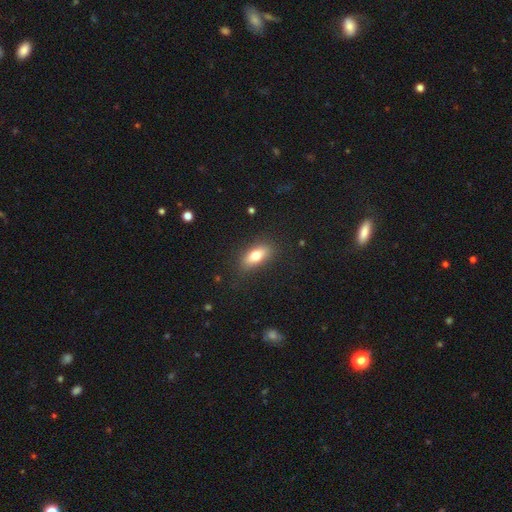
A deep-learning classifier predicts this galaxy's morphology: Smooth or featured?
  - smooth: 72% *
  - featured or disk: 20%
  - star or artifact: 8%
How rounded?
  - in between: 76% *
  - cigar-shaped: 19%
  - round: 5%
Merging?
  - none: 84% *
  - minor disturbance: 11%
  - major disturbance: 3%
  - merger: 1%